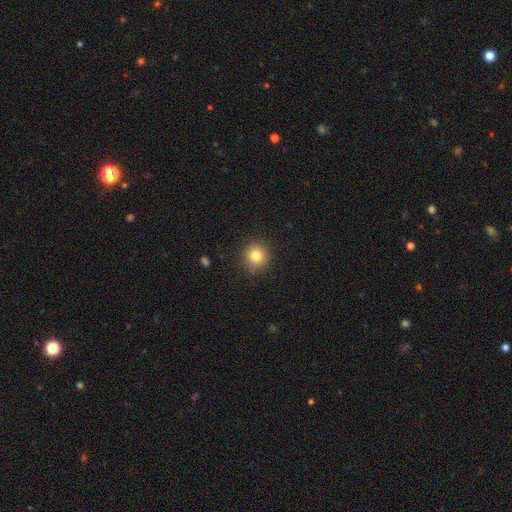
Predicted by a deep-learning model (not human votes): Smooth or featured? Predicted: smooth (p=0.80). How rounded? Predicted: round (p=0.93). Merging? Predicted: none (p=0.89).